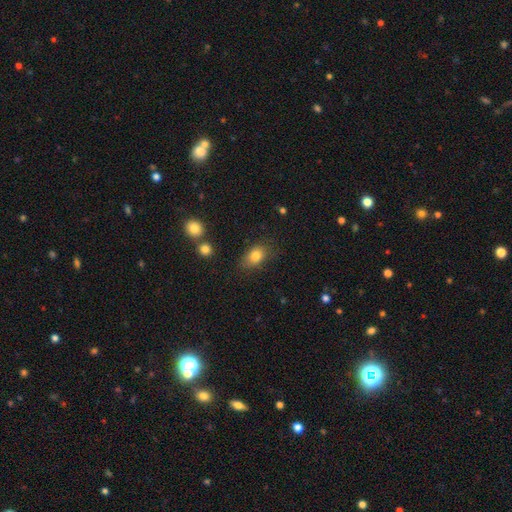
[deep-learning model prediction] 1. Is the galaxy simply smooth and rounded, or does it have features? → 81% smooth, 10% star or artifact, 9% featured or disk.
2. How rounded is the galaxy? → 79% in between, 19% round, 2% cigar-shaped.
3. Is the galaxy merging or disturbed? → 74% none, 18% minor disturbance, 5% major disturbance, 3% merger.